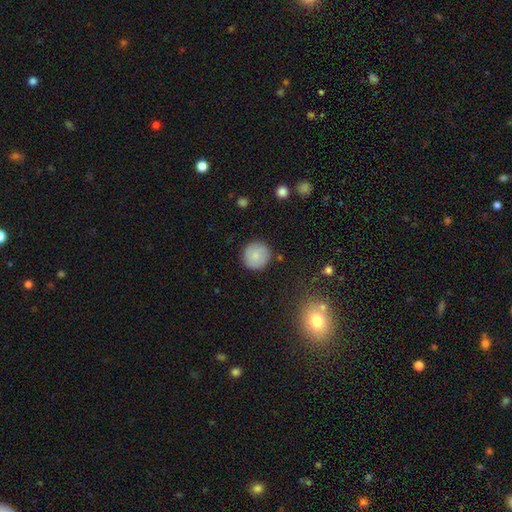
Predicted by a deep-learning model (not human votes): Morphology: type=smooth (79%); roundness=round (94%); merging=none (87%).